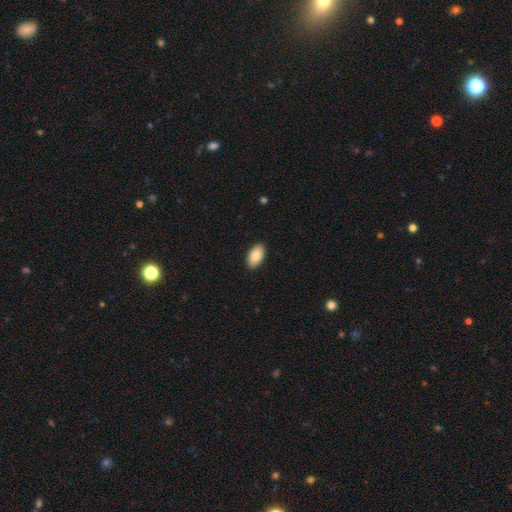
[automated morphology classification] This is clearly a smooth galaxy (87%). How rounded: clearly in between (95%). Merging: clearly none (91%).